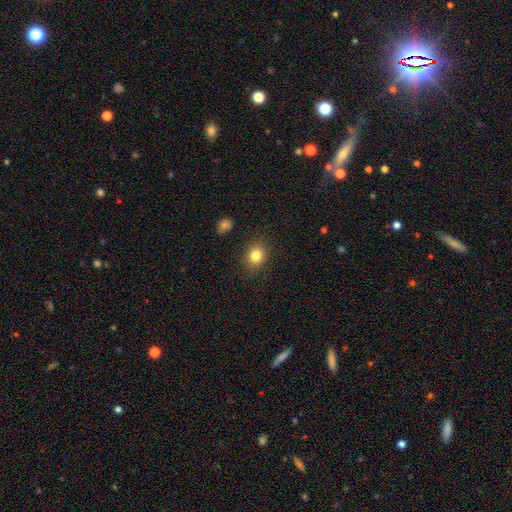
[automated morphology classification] This appears to be a smooth galaxy with no disk features (82%) that is round (52%). Merging: none (85%).